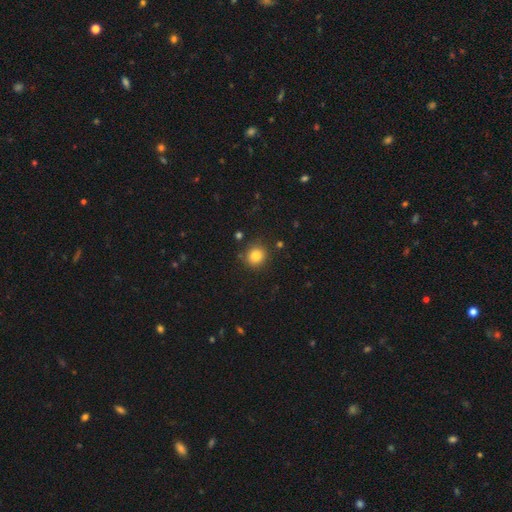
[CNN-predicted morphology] Smooth or featured? Predicted: smooth (p=0.82). How rounded? Predicted: round (p=0.89). Merging? Predicted: none (p=0.86).